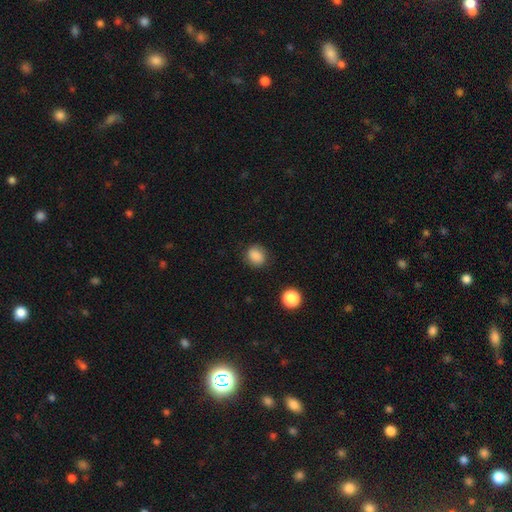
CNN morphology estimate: A smooth galaxy with no disk features (85%) that is round (71%).

Vote fractions:
- Smooth or featured? smooth: 85% / star or artifact: 10% / featured or disk: 5%
- How rounded? round: 71% / in between: 28% / cigar-shaped: 1%
- Merging? none: 81% / minor disturbance: 14% / major disturbance: 4% / merger: 1%